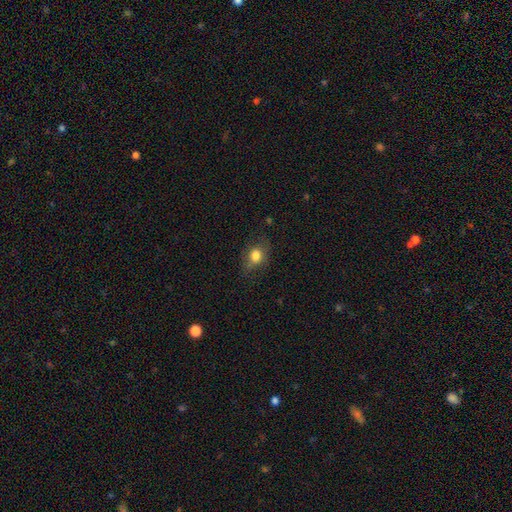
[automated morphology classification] Smooth or featured? smooth (77%)
How rounded? in between (64%)
Merging? none (69%)